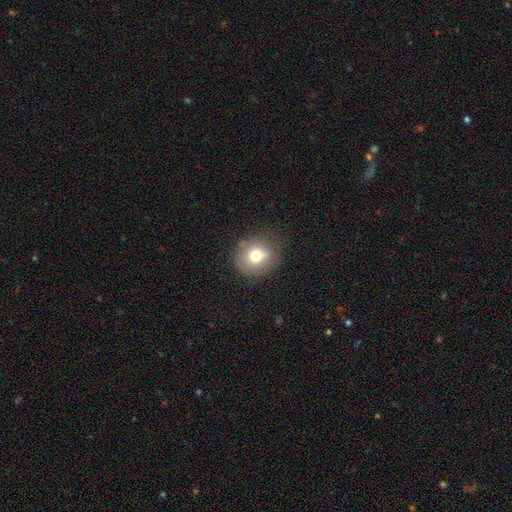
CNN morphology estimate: Smooth or featured: smooth — 73% (featured or disk — 15%)
How rounded: round — 85% (in between — 14%)
Merging: none — 78% (minor disturbance — 15%)